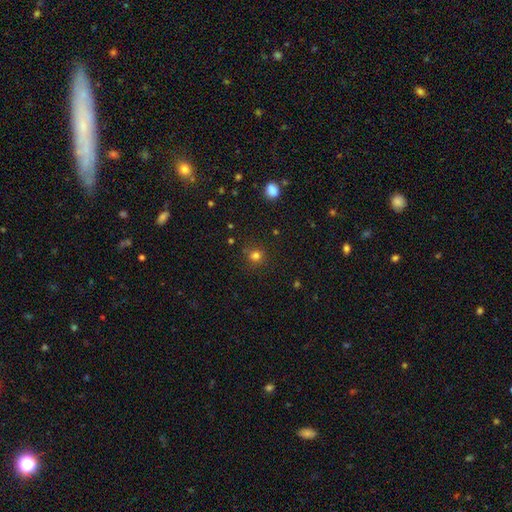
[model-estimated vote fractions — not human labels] smooth 76%, star or artifact 18%, featured or disk 6%. Down the decision tree: how rounded — round (87%); merging — none (79%).